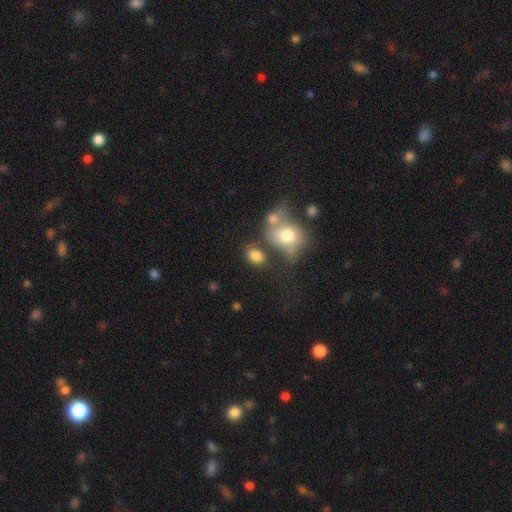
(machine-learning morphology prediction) A smooth galaxy with no disk features (80%) that is in between round and cigar-shaped (73%). Merging: none (58%).